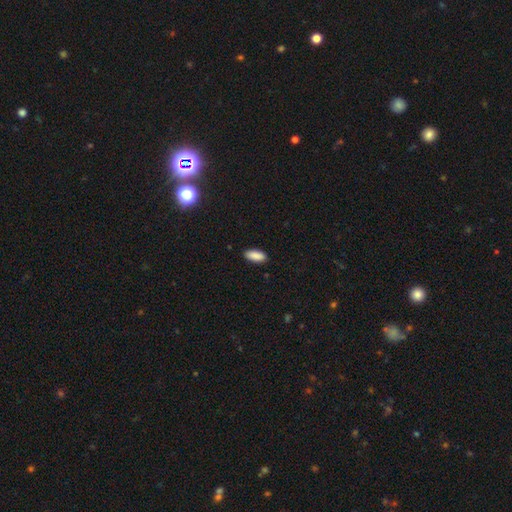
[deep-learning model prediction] Morphology: type=smooth (90%); roundness=in between (84%); merging=none (88%).